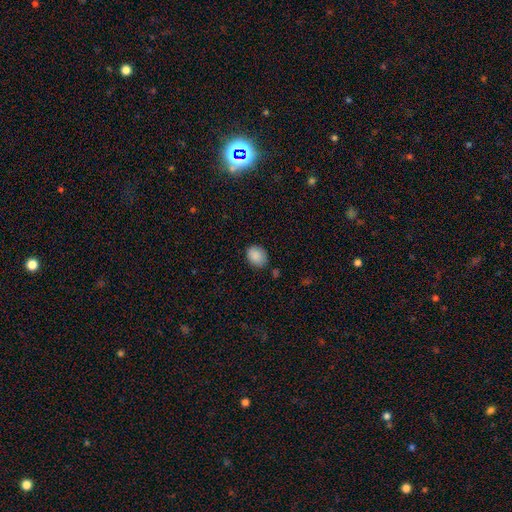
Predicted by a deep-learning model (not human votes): This is clearly a smooth galaxy (88%). How rounded: possibly in between (57%). Merging: likely none (77%).